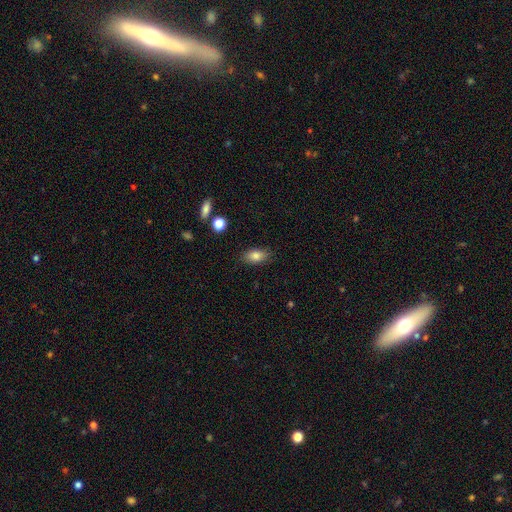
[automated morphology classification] Smooth or featured? Predicted: smooth (p=0.82). How rounded? Predicted: in between (p=0.87). Merging? Predicted: none (p=0.85).